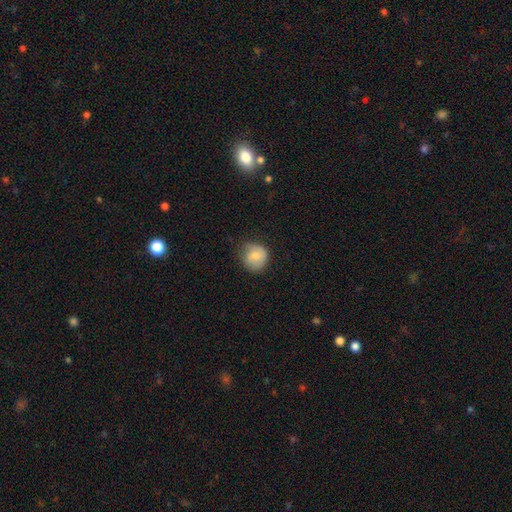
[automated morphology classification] Smooth or featured?
  - smooth: 76% *
  - featured or disk: 16%
  - star or artifact: 7%
How rounded?
  - round: 87% *
  - in between: 12%
  - cigar-shaped: 1%
Merging?
  - none: 67% *
  - minor disturbance: 26%
  - major disturbance: 6%
  - merger: 1%